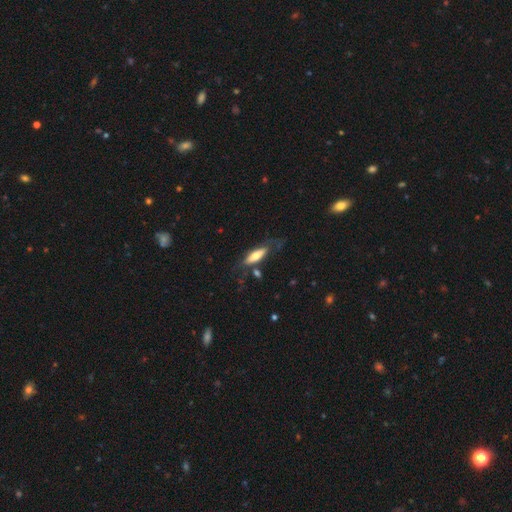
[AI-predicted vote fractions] Smooth or featured? Predicted: smooth (p=0.62). How rounded? Predicted: in between (p=0.50). Merging? Predicted: none (p=0.59).